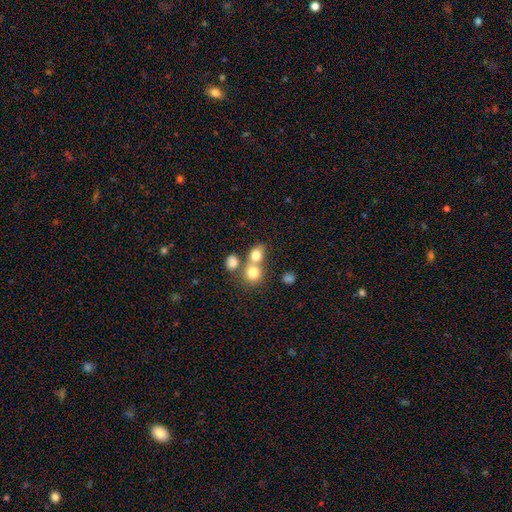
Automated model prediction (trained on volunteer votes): A smooth galaxy with no disk features (77%) that is round (64%).

Vote fractions:
- Smooth or featured? smooth: 77% / star or artifact: 12% / featured or disk: 11%
- How rounded? round: 64% / in between: 35% / cigar-shaped: 1%
- Merging? merger: 46% / none: 42% / minor disturbance: 8% / major disturbance: 4%